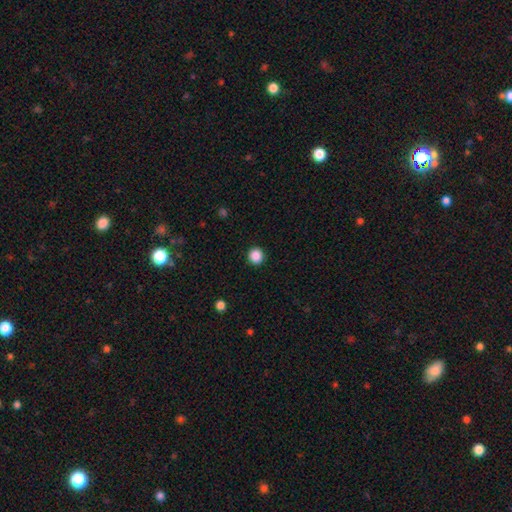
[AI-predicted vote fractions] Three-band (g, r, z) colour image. It shows a smooth galaxy with no disk features (87%) that is round (94%). Merging: none (93%).